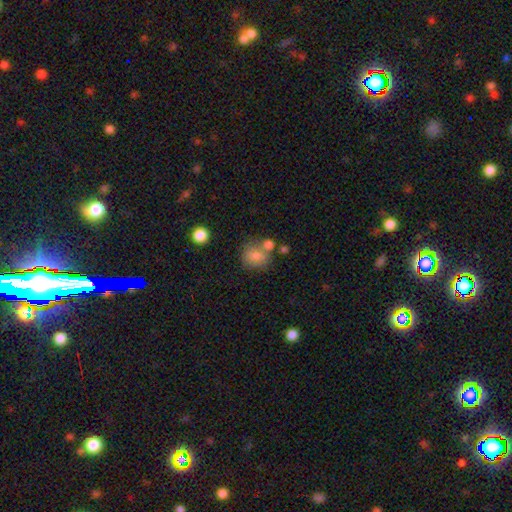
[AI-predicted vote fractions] smooth-or-featured: smooth: 79% | featured or disk: 11% | star or artifact: 10%
  how-rounded: round: 78% | in between: 21% | cigar-shaped: 1%
  merging: none: 59% | merger: 22% | minor disturbance: 14% | major disturbance: 5%